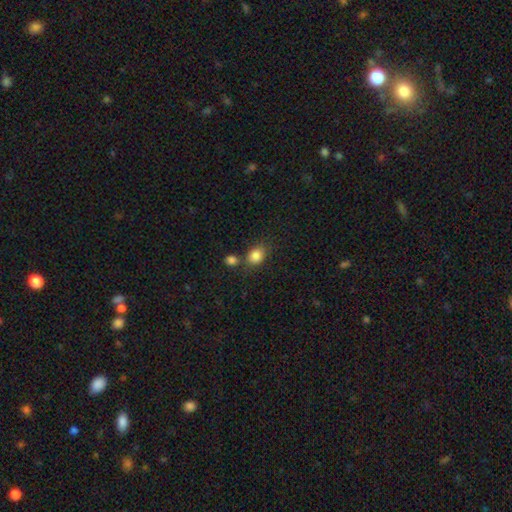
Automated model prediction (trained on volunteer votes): This appears to be a smooth galaxy with no disk features (85%) that is in between round and cigar-shaped (52%). Merging: none (60%).